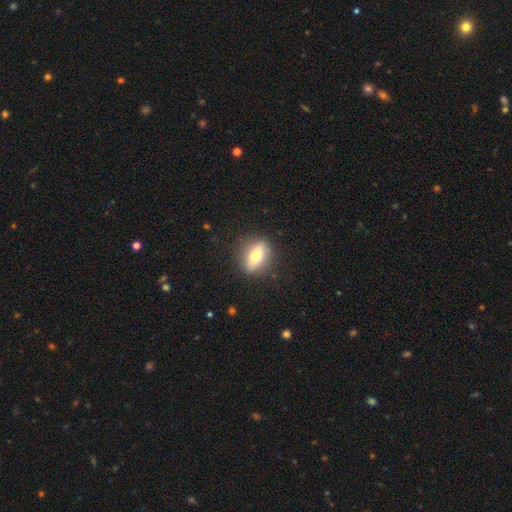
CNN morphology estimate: A smooth galaxy with no disk features (59%) that is in between round and cigar-shaped (64%).

Vote fractions:
- Smooth or featured? smooth: 59% / featured or disk: 33% / star or artifact: 8%
- How rounded? in between: 64% / round: 27% / cigar-shaped: 9%
- Merging? none: 85% / minor disturbance: 11% / major disturbance: 3% / merger: 1%